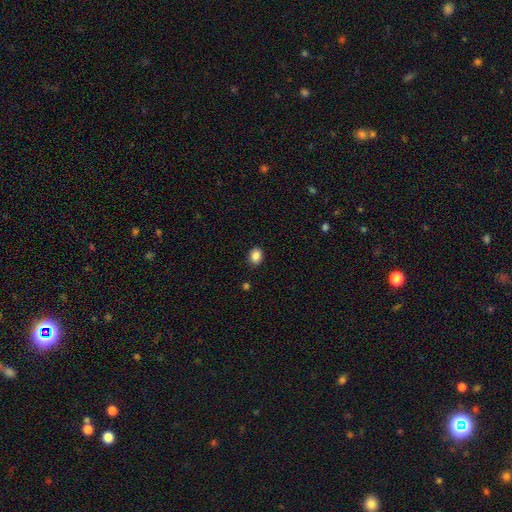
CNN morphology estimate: A smooth galaxy with no disk features (87%) that is in between round and cigar-shaped (60%).

Vote fractions:
- Smooth or featured? smooth: 87% / star or artifact: 9% / featured or disk: 3%
- How rounded? in between: 60% / round: 39% / cigar-shaped: 1%
- Merging? none: 89% / minor disturbance: 8% / major disturbance: 2% / merger: 1%